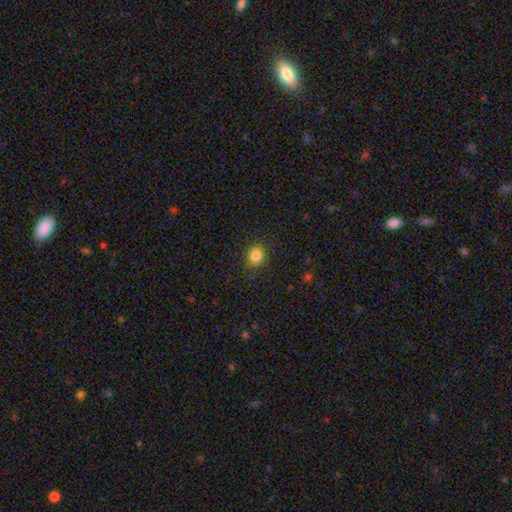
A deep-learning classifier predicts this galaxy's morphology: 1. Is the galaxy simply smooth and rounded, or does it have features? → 84% smooth, 11% star or artifact, 5% featured or disk.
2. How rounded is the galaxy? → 82% round, 17% in between, 1% cigar-shaped.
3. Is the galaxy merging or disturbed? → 89% none, 8% minor disturbance, 3% major disturbance, 1% merger.